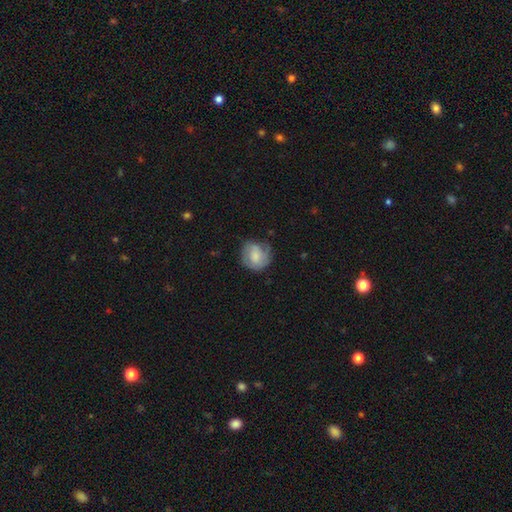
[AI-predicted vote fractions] Morphology: type=smooth (48%); merging=none (58%).